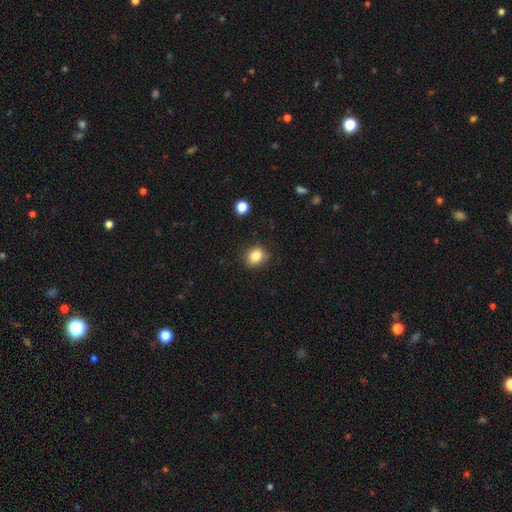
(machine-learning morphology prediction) smooth-or-featured: smooth: 84% | star or artifact: 11% | featured or disk: 5%
  how-rounded: round: 66% | in between: 33% | cigar-shaped: 1%
  merging: none: 82% | minor disturbance: 13% | major disturbance: 3% | merger: 2%